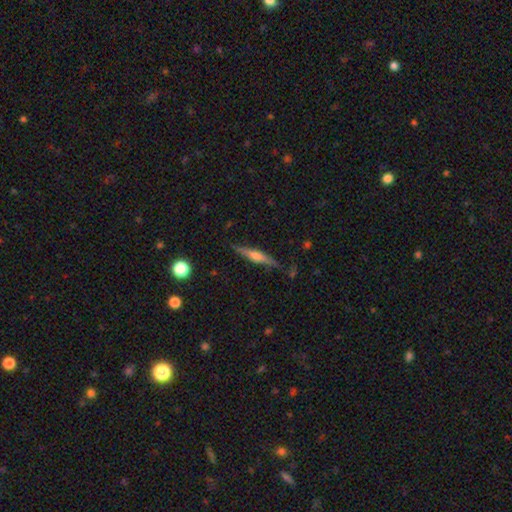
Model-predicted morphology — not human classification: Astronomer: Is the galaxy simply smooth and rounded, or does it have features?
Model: featured or disk — 65%.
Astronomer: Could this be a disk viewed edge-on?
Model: yes — 97%.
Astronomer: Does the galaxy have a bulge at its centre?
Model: rounded — 79%.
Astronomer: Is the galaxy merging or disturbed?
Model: none — 84%.